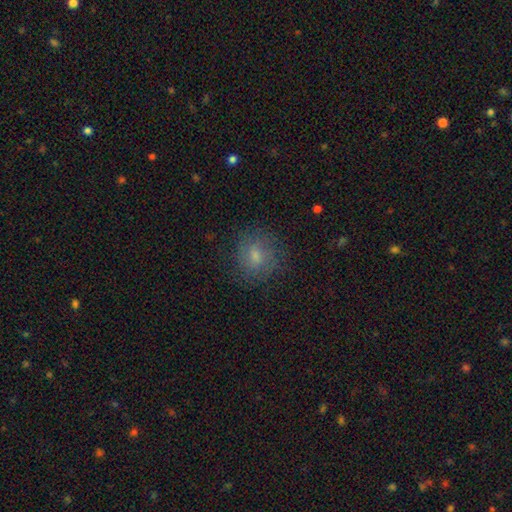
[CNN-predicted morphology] Smooth or featured? Predicted: smooth (p=0.65). How rounded? Predicted: round (p=0.78). Merging? Predicted: none (p=0.77).